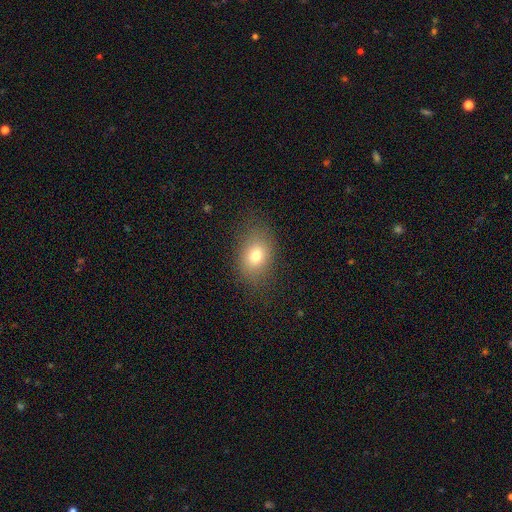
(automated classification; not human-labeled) smooth-or-featured: smooth: 76% | featured or disk: 13% | star or artifact: 11%
  how-rounded: in between: 73% | round: 26% | cigar-shaped: 1%
  merging: none: 80% | minor disturbance: 14% | major disturbance: 6% | merger: 1%